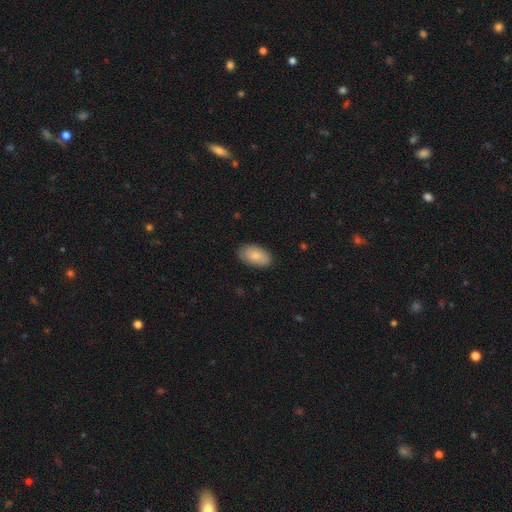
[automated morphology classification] smooth-or-featured: smooth: 82% | featured or disk: 12% | star or artifact: 6%
  how-rounded: in between: 95% | round: 4% | cigar-shaped: 2%
  merging: none: 85% | minor disturbance: 12% | major disturbance: 2% | merger: 1%